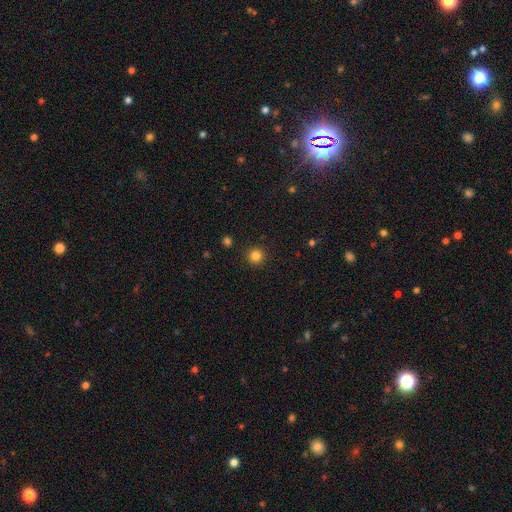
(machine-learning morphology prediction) smooth 83%, star or artifact 13%, featured or disk 4%. Down the decision tree: how rounded — round (95%); merging — none (92%).